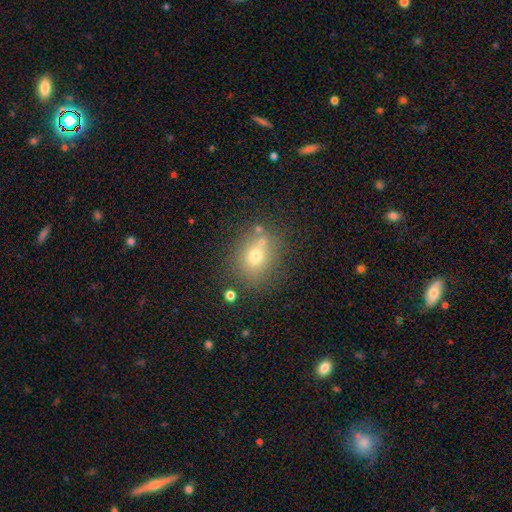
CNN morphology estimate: Q: Smooth or featured?
A: smooth (69%); runner-up: star or artifact (16%)
Q: How rounded?
A: round (67%); runner-up: in between (32%)
Q: Merging?
A: none (69%); runner-up: minor disturbance (13%)